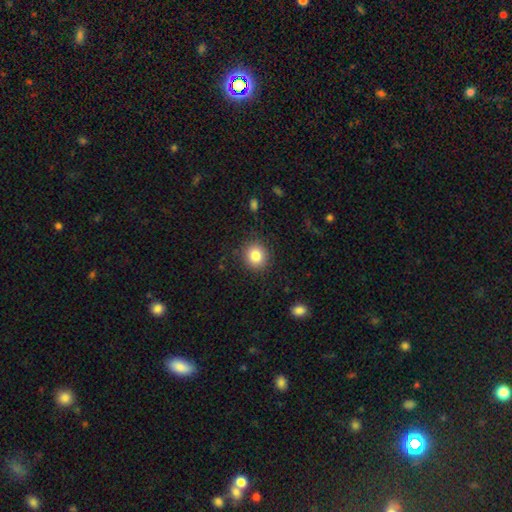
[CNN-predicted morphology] The model was most divided on "smooth or featured": smooth: 83%, star or artifact: 10%, featured or disk: 7%. More confident: merging — none (88%); how rounded — round (87%).